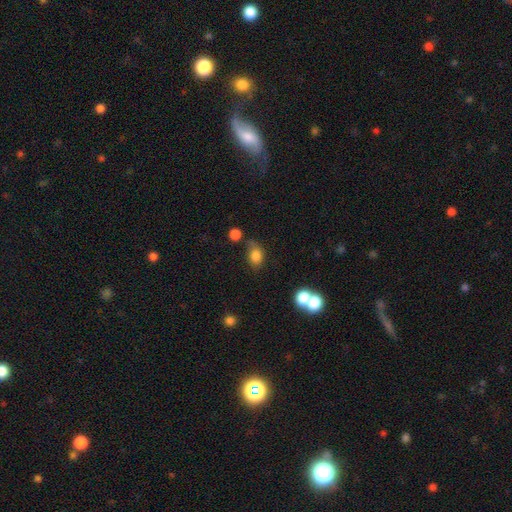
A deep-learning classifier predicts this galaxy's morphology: A smooth galaxy with no disk features (82%) that is in between round and cigar-shaped (66%). Merging: none (56%).